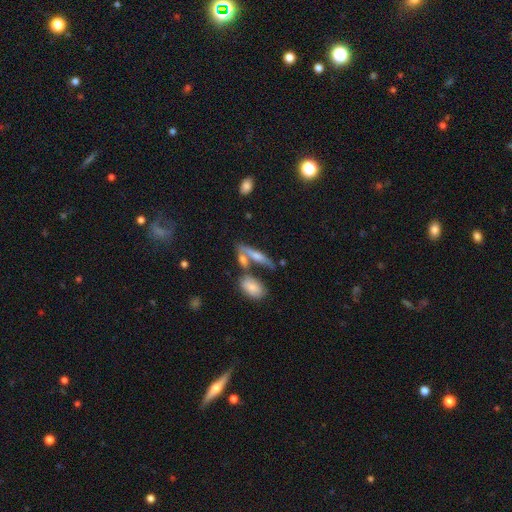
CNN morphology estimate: This is possibly a smooth galaxy (54%). How rounded: likely cigar-shaped (61%). Merging: possibly none (48%).